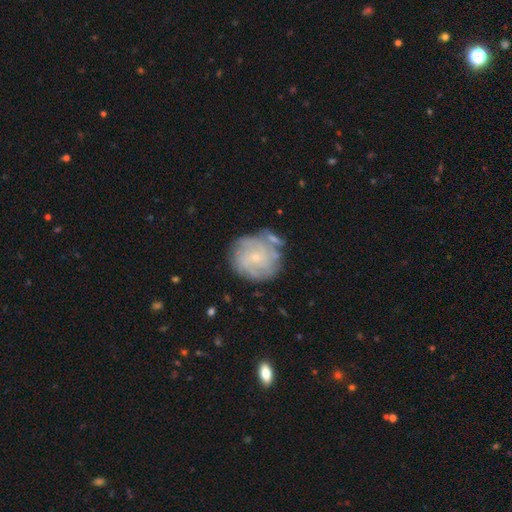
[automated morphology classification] This is possibly a featured or disk galaxy (56%). It is clearly not viewed edge-on (96%). Bar: possibly no (59%). Spiral arm pattern: likely yes (79%). Central bulge: likely small (71%). Merging: likely none (73%).